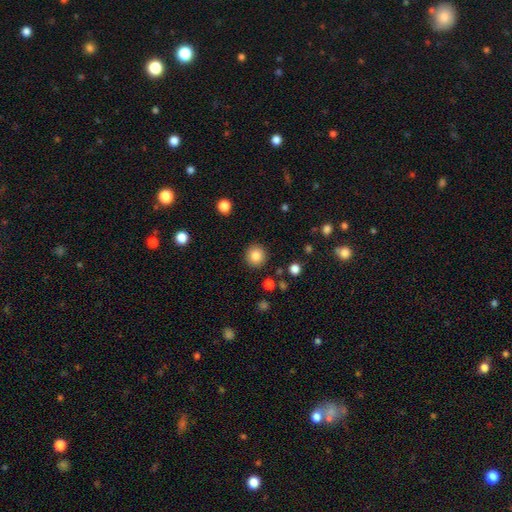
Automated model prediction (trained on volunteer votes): The model was most divided on "smooth or featured": smooth: 85%, star or artifact: 10%, featured or disk: 5%. More confident: how rounded — round (92%); merging — none (91%).